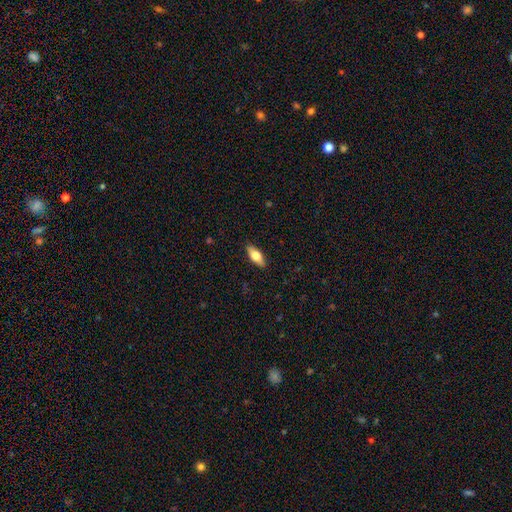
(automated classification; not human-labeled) Morphology: type=smooth (70%); roundness=in between (78%); merging=none (88%).